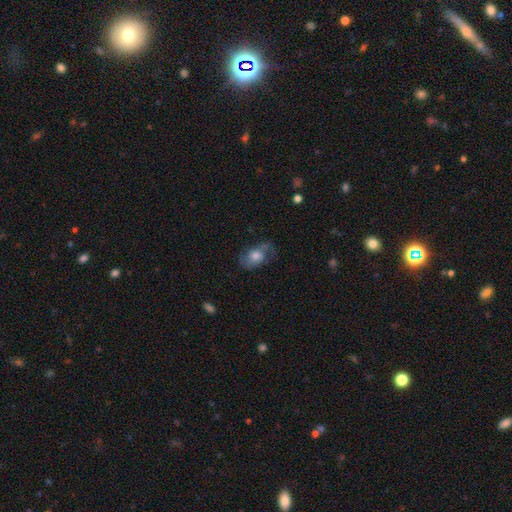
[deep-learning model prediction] This is possibly a featured or disk galaxy (54%). It is clearly not viewed edge-on (94%). Bar: likely no (73%). Spiral arm pattern: clearly yes (81%). Central bulge: possibly moderate (50%). Merging: possibly none (60%).